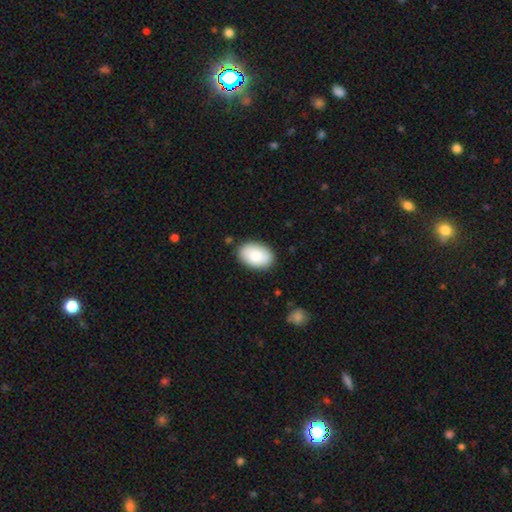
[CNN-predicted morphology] smooth 84%, featured or disk 10%, star or artifact 6%. Down the decision tree: how rounded — in between (89%); merging — none (86%).